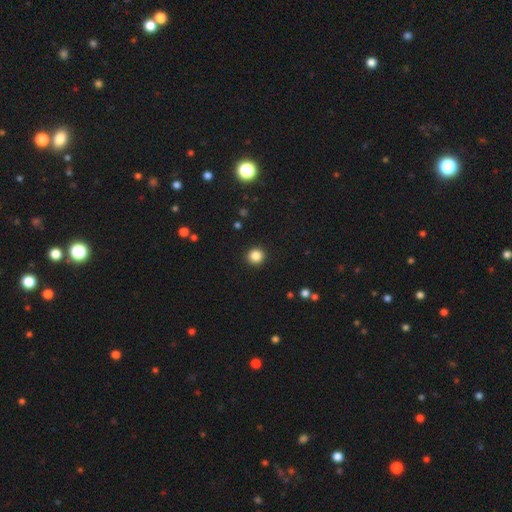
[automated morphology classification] Overall: smooth (86%). How rounded: round (94%). Merging: none (93%).